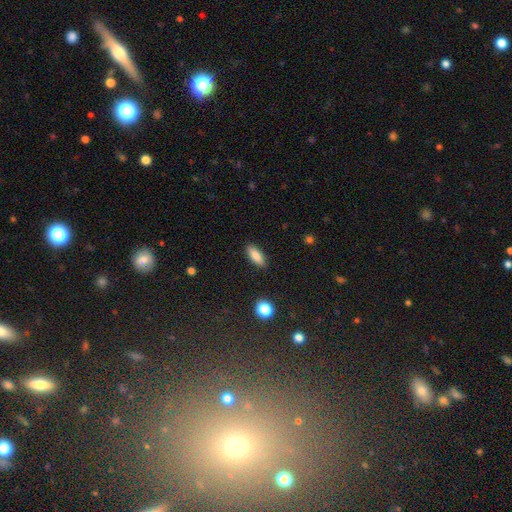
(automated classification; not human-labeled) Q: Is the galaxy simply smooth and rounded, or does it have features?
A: smooth — 86%.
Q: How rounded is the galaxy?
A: in between — 76%.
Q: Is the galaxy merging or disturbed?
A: none — 88%.